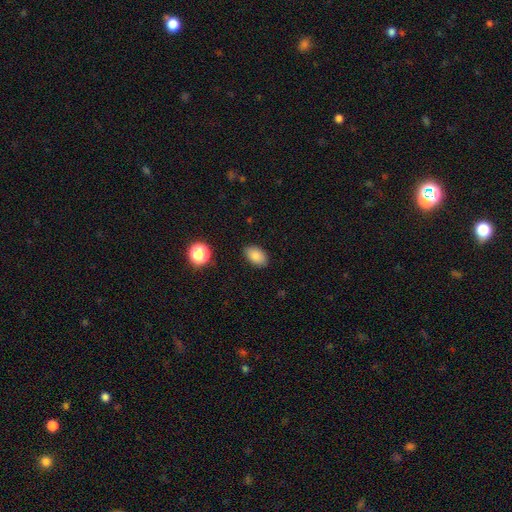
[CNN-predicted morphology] smooth-or-featured: smooth: 84% | star or artifact: 10% | featured or disk: 7%
  how-rounded: in between: 89% | round: 10% | cigar-shaped: 1%
  merging: none: 86% | minor disturbance: 10% | major disturbance: 2% | merger: 1%